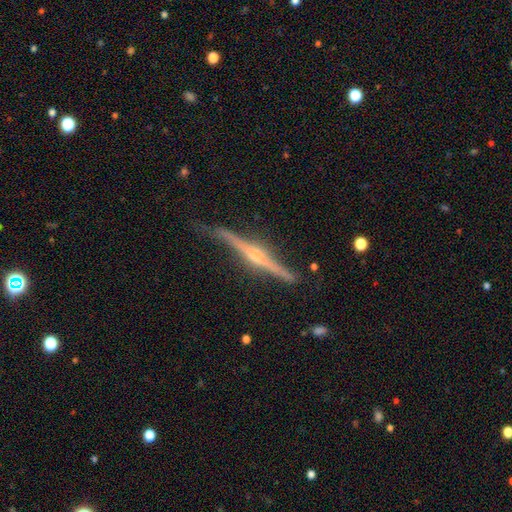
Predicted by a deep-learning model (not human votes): Morphology: type=featured or disk (86%); edge-on=yes (97%); edge-on bulge=rounded (89%); merging=none (76%).